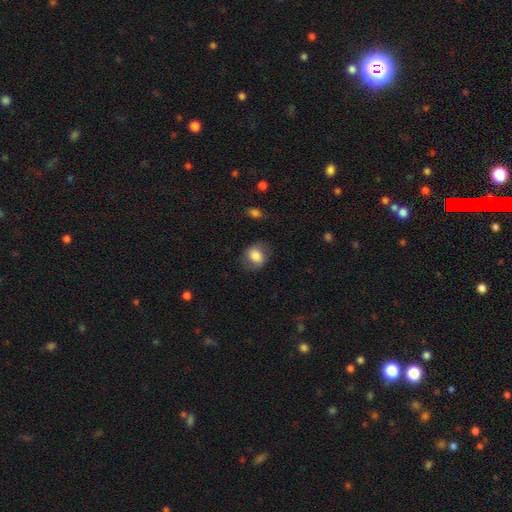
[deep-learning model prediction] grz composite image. It shows a smooth galaxy with no disk features (75%) that is in between round and cigar-shaped (52%). Merging: none (71%).